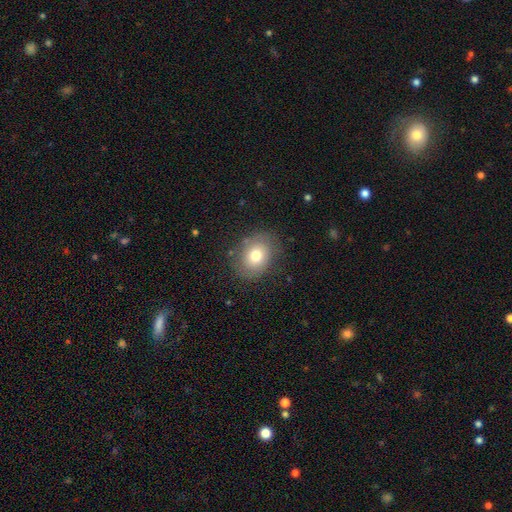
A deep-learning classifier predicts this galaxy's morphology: Smooth or featured: smooth — 72% (featured or disk — 19%)
How rounded: in between — 58% (round — 41%)
Merging: none — 80% (minor disturbance — 14%)